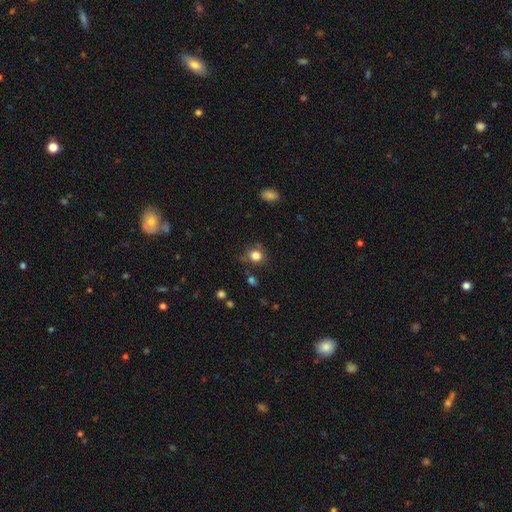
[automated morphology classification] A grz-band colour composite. It shows a smooth galaxy with no disk features (81%) that is round (76%). Merging: none (73%).